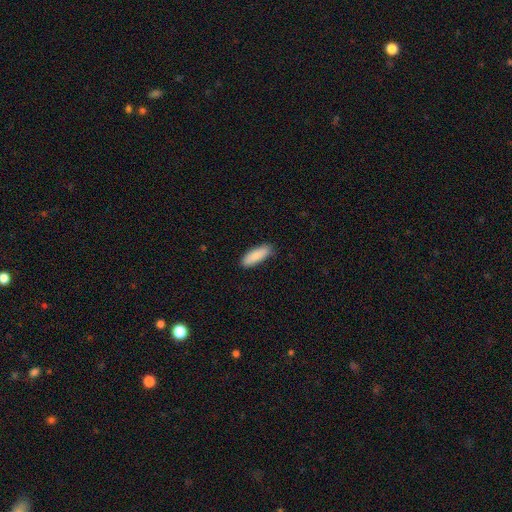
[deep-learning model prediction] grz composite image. It shows a smooth galaxy with no disk features (87%) that is in between round and cigar-shaped (58%). Merging: none (86%).